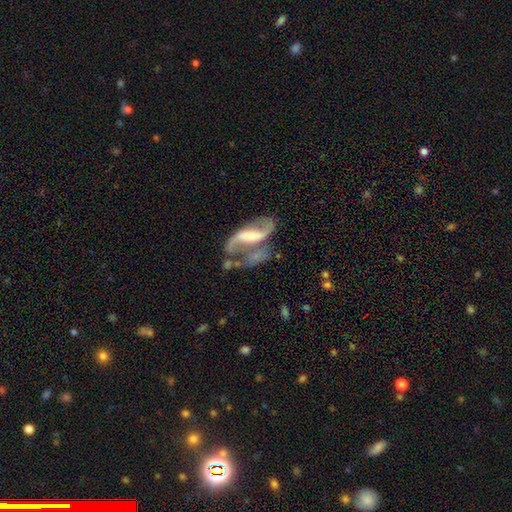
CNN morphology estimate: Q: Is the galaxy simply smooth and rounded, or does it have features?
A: featured or disk — 86%.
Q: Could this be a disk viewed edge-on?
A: no — 95%.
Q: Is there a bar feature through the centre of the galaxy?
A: strong — 43%.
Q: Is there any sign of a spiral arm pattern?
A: yes — 92%.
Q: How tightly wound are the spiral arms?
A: loose — 58%.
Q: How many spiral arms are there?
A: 2 — 88%.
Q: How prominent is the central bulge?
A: moderate — 39%.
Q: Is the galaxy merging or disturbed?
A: none — 46%.